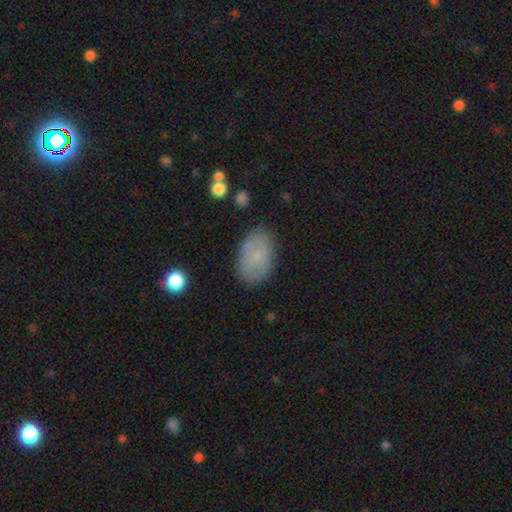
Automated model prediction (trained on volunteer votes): This is likely a smooth galaxy (77%). How rounded: clearly in between (91%). Merging: clearly none (84%).